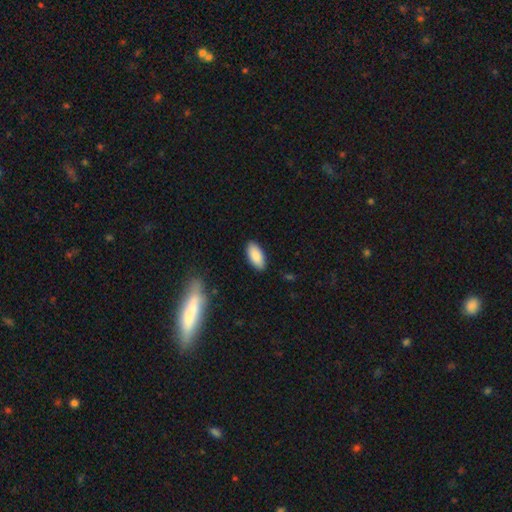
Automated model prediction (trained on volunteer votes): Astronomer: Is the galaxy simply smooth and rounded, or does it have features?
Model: smooth — 88%.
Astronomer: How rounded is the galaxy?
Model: in between — 90%.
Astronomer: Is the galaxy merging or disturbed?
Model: none — 88%.